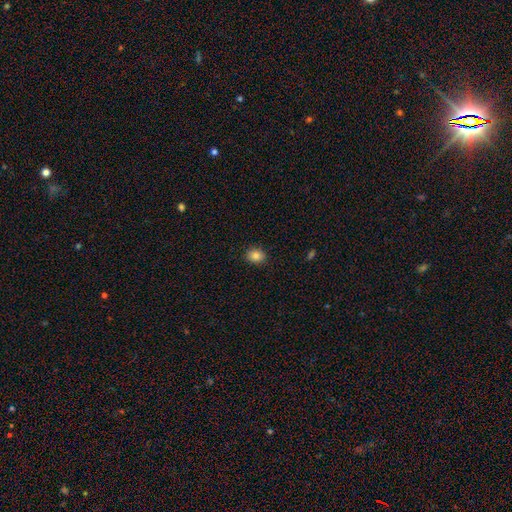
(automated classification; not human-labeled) Overall: smooth (84%). How rounded: round (57%; in between 42%). Merging: none (89%).